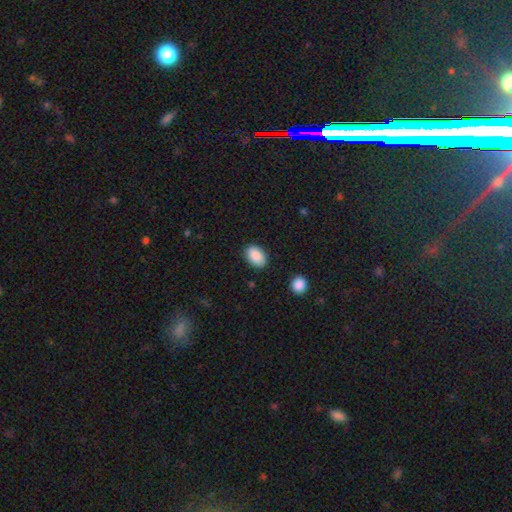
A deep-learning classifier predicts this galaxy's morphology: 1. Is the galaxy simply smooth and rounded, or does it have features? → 89% smooth, 7% star or artifact, 4% featured or disk.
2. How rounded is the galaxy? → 87% in between, 12% round, 1% cigar-shaped.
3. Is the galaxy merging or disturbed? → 86% none, 10% minor disturbance, 2% major disturbance, 2% merger.